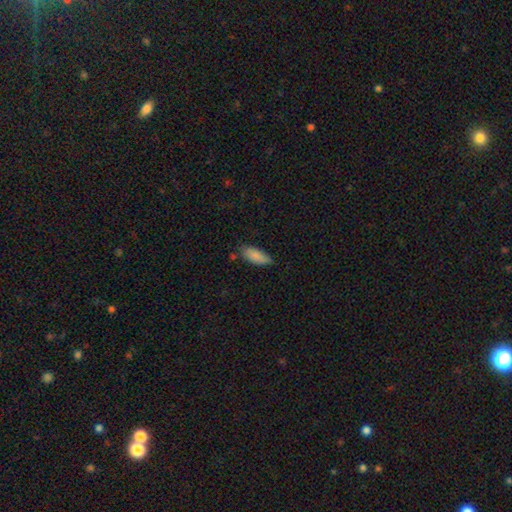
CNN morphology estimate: A smooth galaxy with no disk features (86%) that is in between round and cigar-shaped (81%).

Vote fractions:
- Smooth or featured? smooth: 86% / featured or disk: 8% / star or artifact: 6%
- How rounded? in between: 81% / cigar-shaped: 18% / round: 2%
- Merging? none: 70% / minor disturbance: 23% / major disturbance: 3% / merger: 3%